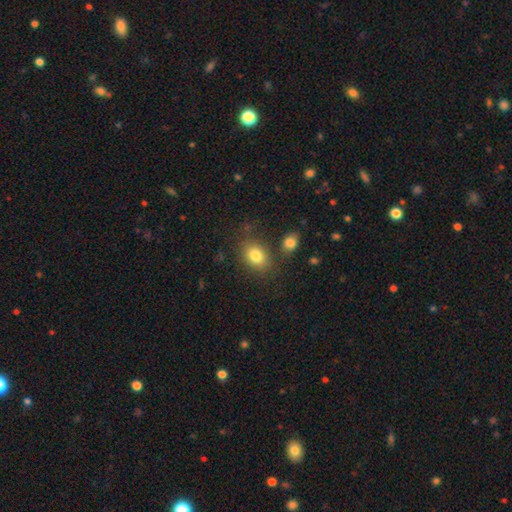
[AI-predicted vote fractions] This is clearly a smooth galaxy (82%). How rounded: likely in between (68%). Merging: likely none (75%).